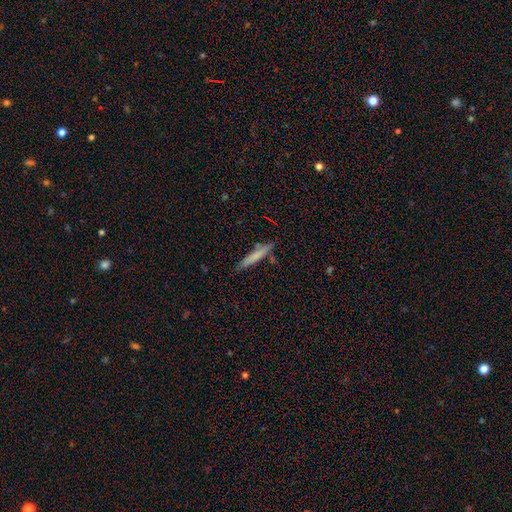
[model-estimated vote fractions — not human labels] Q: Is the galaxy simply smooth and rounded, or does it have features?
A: smooth — 72%.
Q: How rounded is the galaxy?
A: cigar-shaped — 92%.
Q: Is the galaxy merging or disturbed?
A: none — 79%.